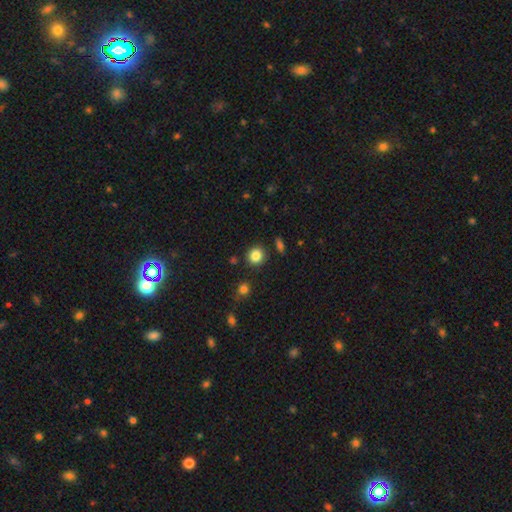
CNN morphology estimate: A smooth galaxy with no disk features (84%) that is round (87%). Merging: none (86%).